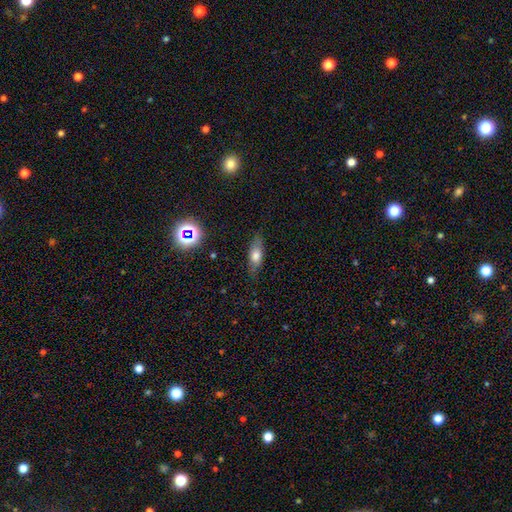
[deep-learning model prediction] Smooth or featured? smooth (66%)
How rounded? in between (65%)
Merging? none (78%)